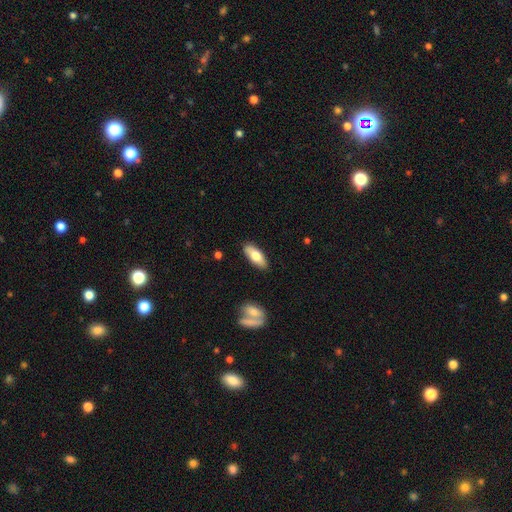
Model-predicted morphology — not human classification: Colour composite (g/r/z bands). It shows a smooth galaxy with no disk features (71%) that is in between round and cigar-shaped (77%). Merging: none (86%).